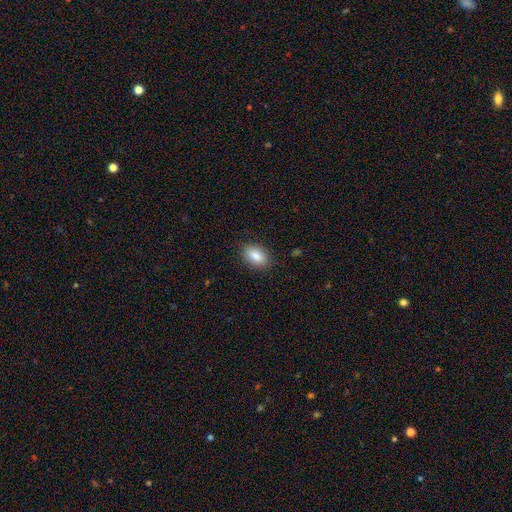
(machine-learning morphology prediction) smooth_or_featured: smooth (p=0.86) [alt: star or artifact p=0.07]
how_rounded: in between (p=0.90) [alt: round p=0.08]
merging: none (p=0.87) [alt: minor disturbance p=0.10]